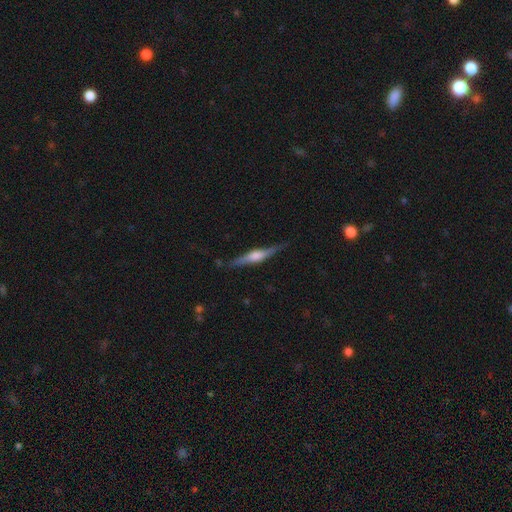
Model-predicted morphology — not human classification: Smooth or featured?
  - featured or disk: 71% *
  - smooth: 23%
  - star or artifact: 6%
Edge-on disk?
  - yes: 97% *
  - no: 3%
Edge-on bulge?
  - rounded: 77% *
  - boxy: 18%
  - none: 5%
Merging?
  - none: 85% *
  - minor disturbance: 12%
  - major disturbance: 2%
  - merger: 1%